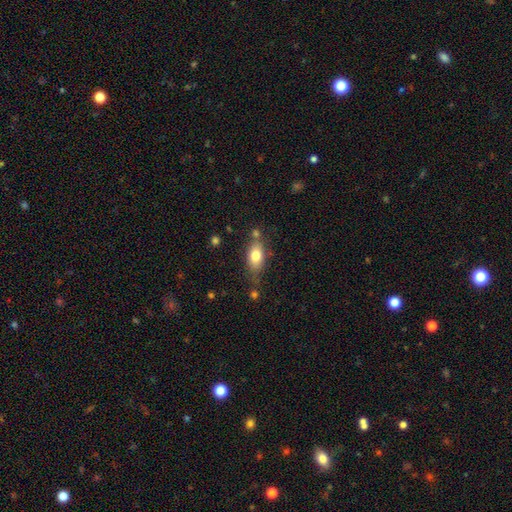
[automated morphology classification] Q: Smooth or featured?
A: smooth (78%); runner-up: featured or disk (14%)
Q: How rounded?
A: in between (85%); runner-up: cigar-shaped (8%)
Q: Merging?
A: none (66%); runner-up: minor disturbance (19%)